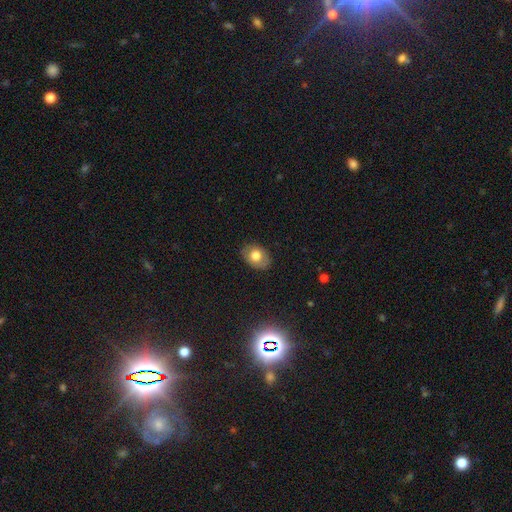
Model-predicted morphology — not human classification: Overall: smooth (72%). How rounded: in between (70%). Merging: none (83%).